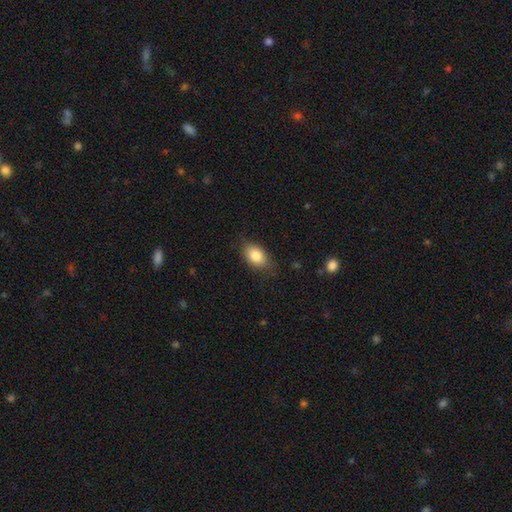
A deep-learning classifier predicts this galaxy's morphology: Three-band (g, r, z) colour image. It shows a smooth galaxy with no disk features (83%) that is in between round and cigar-shaped (87%). Merging: none (77%).